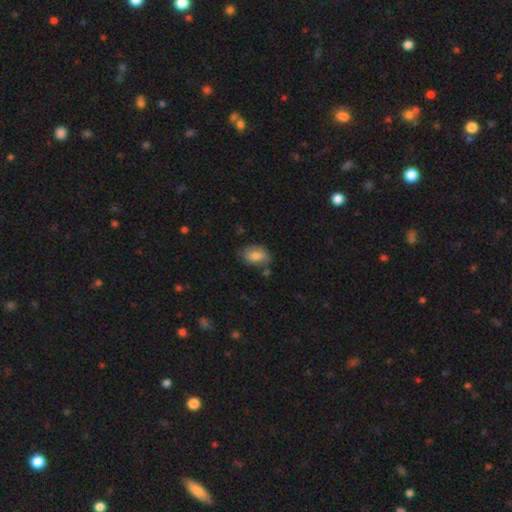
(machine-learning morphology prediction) smooth-or-featured: smooth: 79% | featured or disk: 14% | star or artifact: 8%
  how-rounded: in between: 86% | round: 12% | cigar-shaped: 2%
  merging: none: 64% | minor disturbance: 25% | major disturbance: 6% | merger: 5%